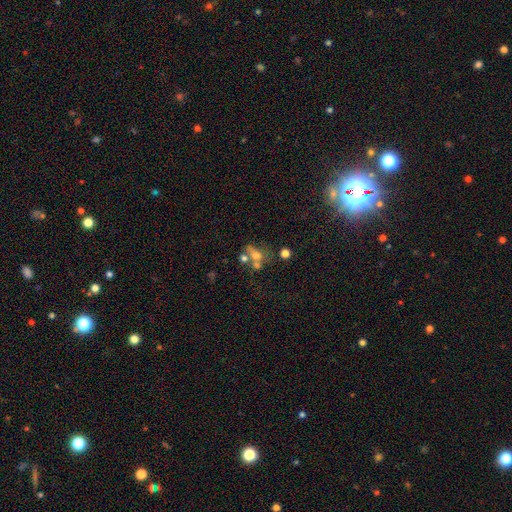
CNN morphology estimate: Overall: smooth (52%; featured or disk 29%). How rounded: in between (55%; round 41%). Merging: merger (43%; none 30%).